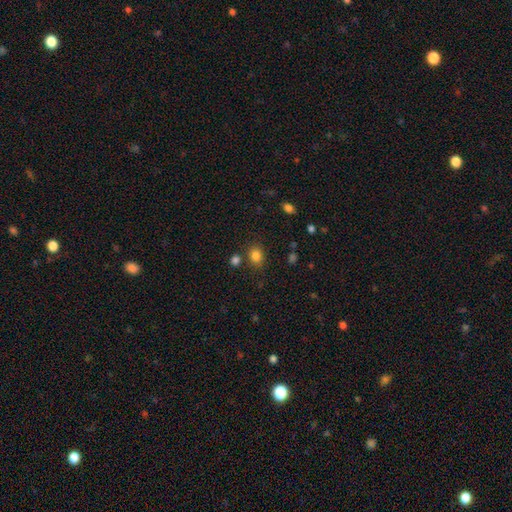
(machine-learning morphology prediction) This is clearly a smooth galaxy (83%). How rounded: possibly round (55%). Merging: likely none (77%).